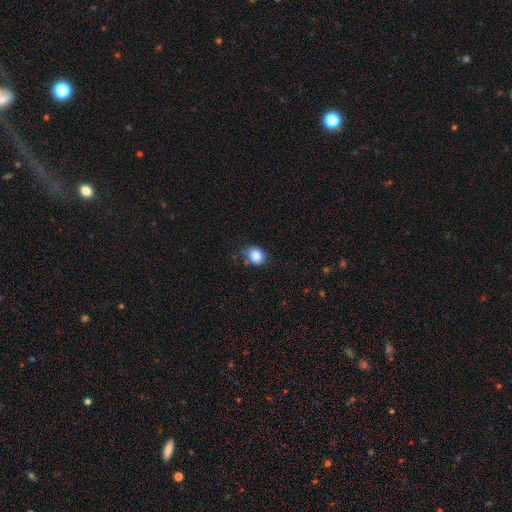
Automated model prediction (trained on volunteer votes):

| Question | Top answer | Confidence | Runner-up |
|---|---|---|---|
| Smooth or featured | smooth | 85% | star or artifact (10%) |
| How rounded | round | 71% | in between (28%) |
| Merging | none | 69% | minor disturbance (24%) |